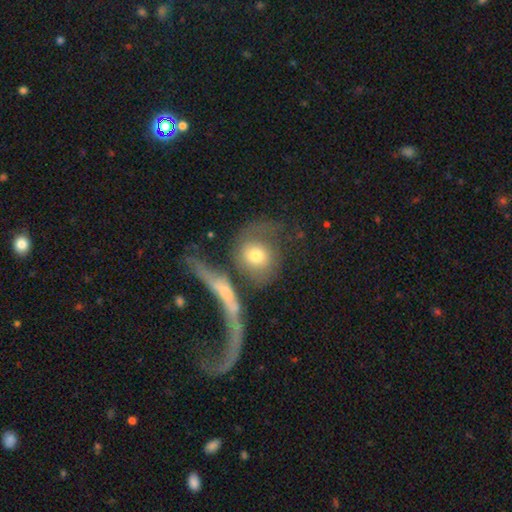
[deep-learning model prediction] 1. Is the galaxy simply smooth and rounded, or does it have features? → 53% smooth, 38% featured or disk, 9% star or artifact.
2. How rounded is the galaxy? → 75% round, 19% in between, 6% cigar-shaped.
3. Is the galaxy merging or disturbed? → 37% none, 32% merger, 16% major disturbance, 16% minor disturbance.